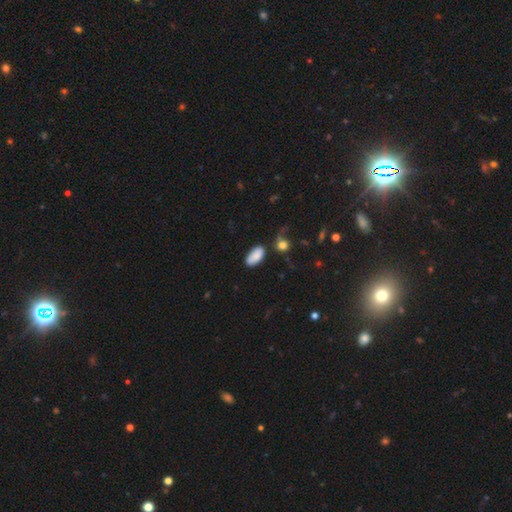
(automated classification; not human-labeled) Smooth or featured: smooth — 85% (featured or disk — 8%)
How rounded: in between — 92% (cigar-shaped — 4%)
Merging: none — 66% (minor disturbance — 20%)